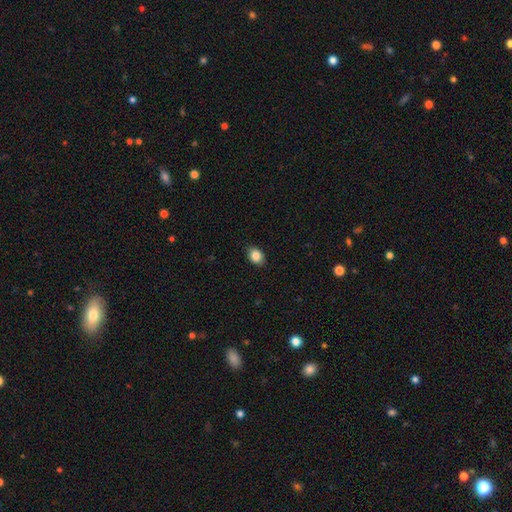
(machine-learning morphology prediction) smooth 86%, star or artifact 8%, featured or disk 5%. Down the decision tree: how rounded — in between (70%); merging — none (87%).